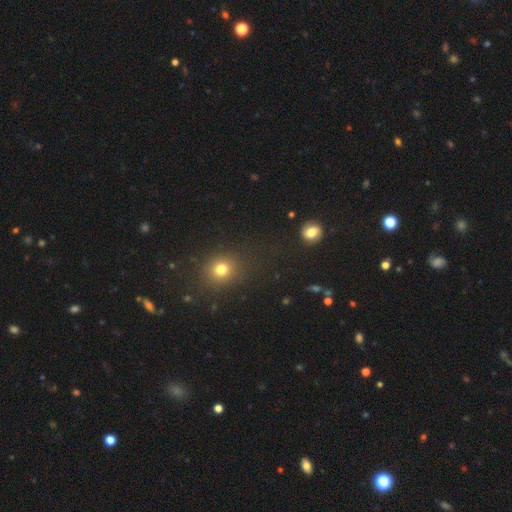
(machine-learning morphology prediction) smooth-or-featured: smooth: 55% | star or artifact: 38% | featured or disk: 7%
  how-rounded: round: 75% | in between: 24% | cigar-shaped: 2%
  merging: none: 84% | minor disturbance: 9% | major disturbance: 4% | merger: 3%